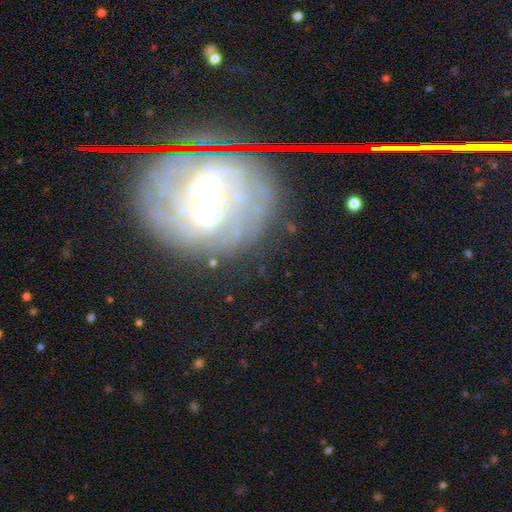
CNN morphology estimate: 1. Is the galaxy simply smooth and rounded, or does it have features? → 70% featured or disk, 16% star or artifact, 14% smooth.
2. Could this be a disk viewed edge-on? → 88% no, 12% yes.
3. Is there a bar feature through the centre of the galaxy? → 63% strong, 26% weak, 11% no.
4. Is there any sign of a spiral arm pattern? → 72% yes, 28% no.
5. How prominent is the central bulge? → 48% moderate, 28% small, 14% large, 7% none, 3% dominant.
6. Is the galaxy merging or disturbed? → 73% none, 15% minor disturbance, 10% major disturbance, 2% merger.